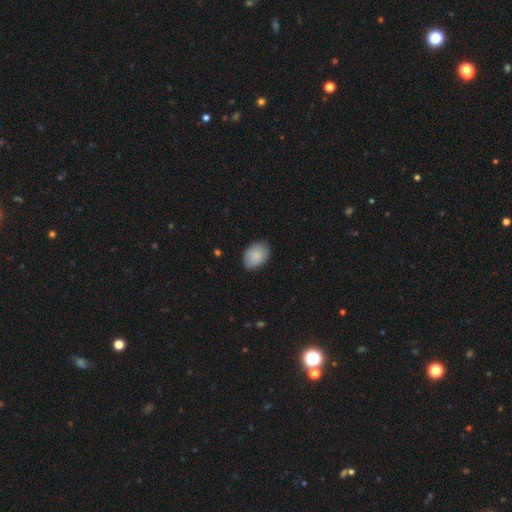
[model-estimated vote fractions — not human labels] The model was most divided on "how rounded": in between: 75%, round: 24%, cigar-shaped: 1%. More confident: smooth or featured — smooth (82%); merging — none (79%).